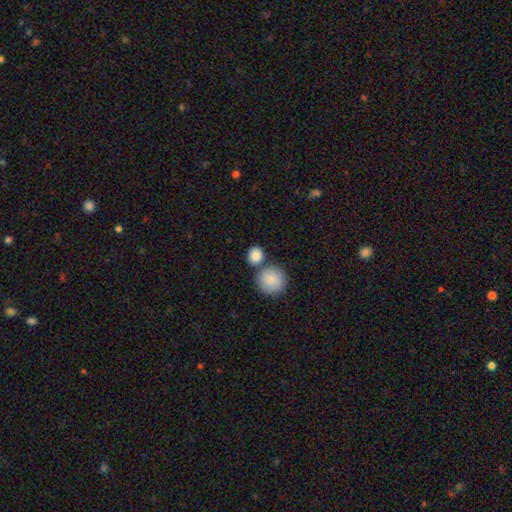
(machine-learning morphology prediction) Smooth or featured? Predicted: smooth (p=0.87). How rounded? Predicted: round (p=0.80). Merging? Predicted: none (p=0.64).